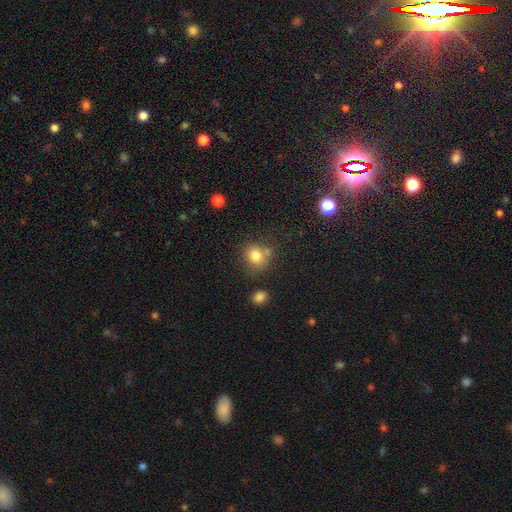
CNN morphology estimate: Smooth or featured? Predicted: smooth (p=0.80). How rounded? Predicted: round (p=0.74). Merging? Predicted: none (p=0.62).